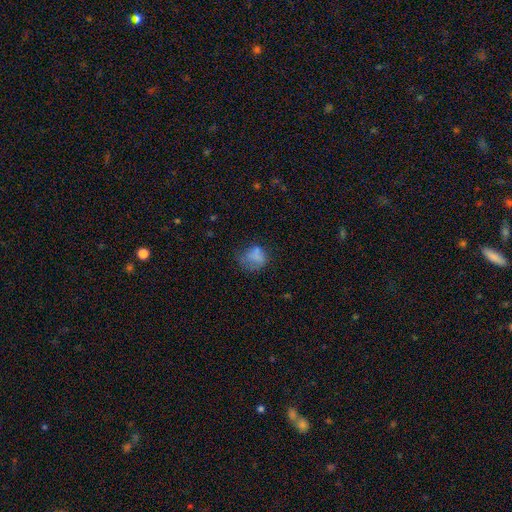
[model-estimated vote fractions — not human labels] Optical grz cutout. It shows a smooth galaxy with no disk features (69%) that is round (52%). Merging: none (35%).